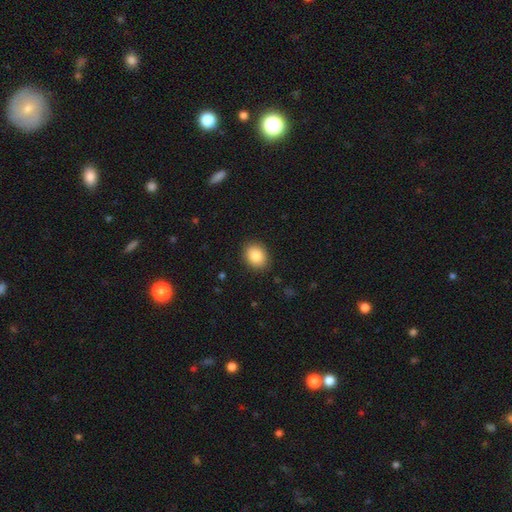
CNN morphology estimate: This appears to be a smooth galaxy with no disk features (88%) that is in between round and cigar-shaped (52%). Merging: none (89%).